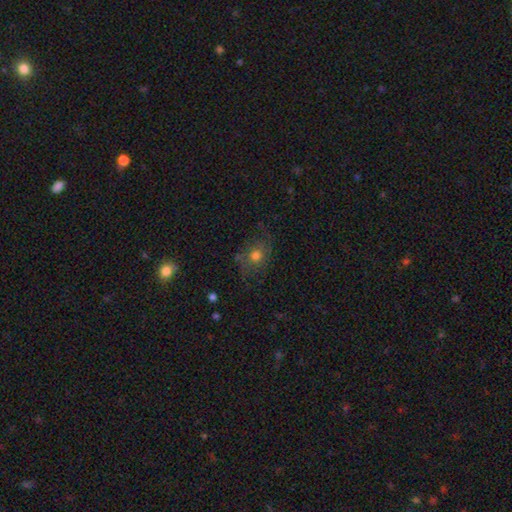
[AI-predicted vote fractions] Overall: smooth (57%; featured or disk 28%). How rounded: round (58%; in between 40%). Merging: none (63%).